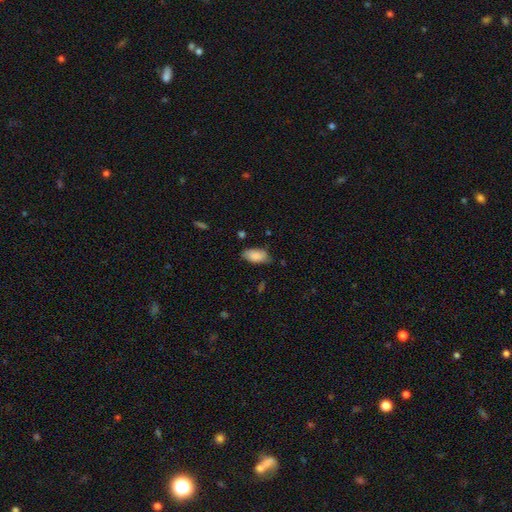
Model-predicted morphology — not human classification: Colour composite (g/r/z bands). It shows a smooth galaxy with no disk features (84%) that is in between round and cigar-shaped (93%). Merging: none (67%).